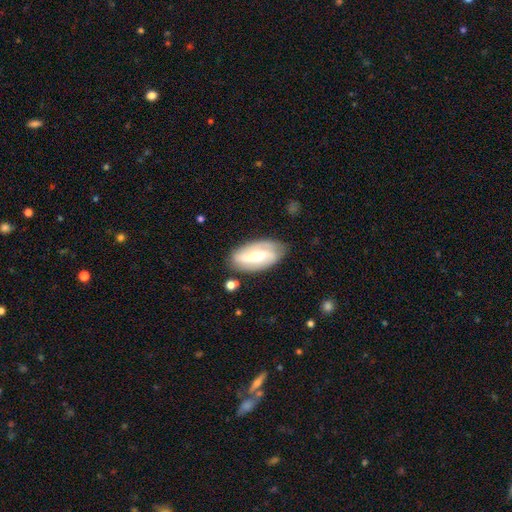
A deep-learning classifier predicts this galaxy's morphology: smooth_or_featured: featured or disk (p=0.70) [alt: smooth p=0.25]
disk_edge_on: no (p=0.89) [alt: yes p=0.11]
bar: strong (p=0.52) [alt: weak p=0.31]
has_spiral_arms: yes (p=0.82) [alt: no p=0.18]
spiral_winding: medium (p=0.37) [alt: loose p=0.35]
spiral_arm_count: 2 (p=0.80) [alt: can't tell p=0.12]
bulge_size: moderate (p=0.53) [alt: small p=0.39]
merging: none (p=0.78) [alt: minor disturbance p=0.15]